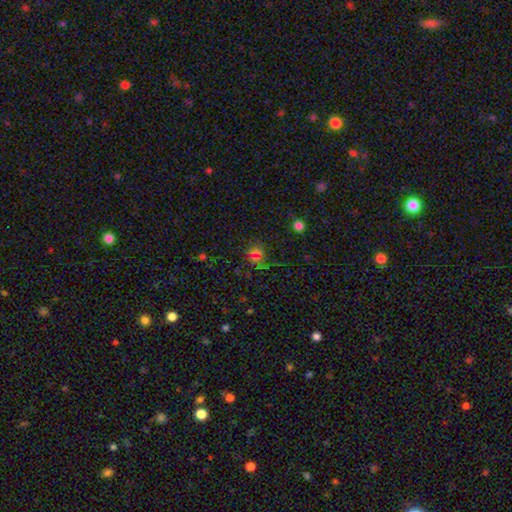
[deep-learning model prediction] Morphology: type=smooth (47%); merging=none (63%).